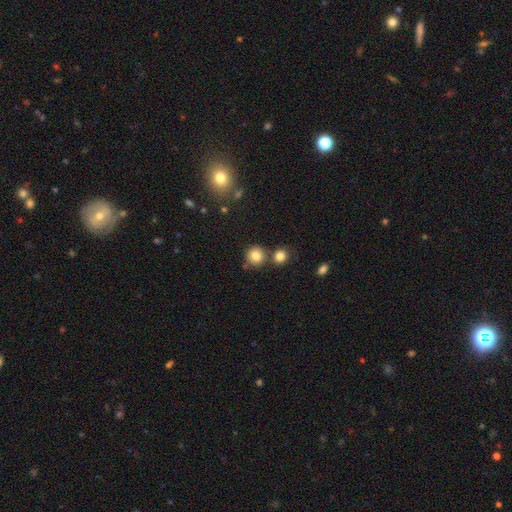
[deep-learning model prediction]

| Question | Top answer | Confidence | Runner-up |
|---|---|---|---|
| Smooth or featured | smooth | 82% | star or artifact (11%) |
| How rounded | round | 90% | in between (9%) |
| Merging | none | 72% | merger (16%) |